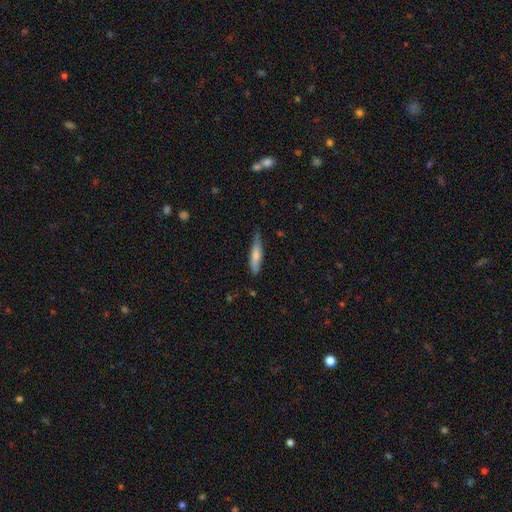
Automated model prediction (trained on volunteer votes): Smooth or featured? Predicted: smooth (p=0.73). How rounded? Predicted: cigar-shaped (p=0.76). Merging? Predicted: none (p=0.66).